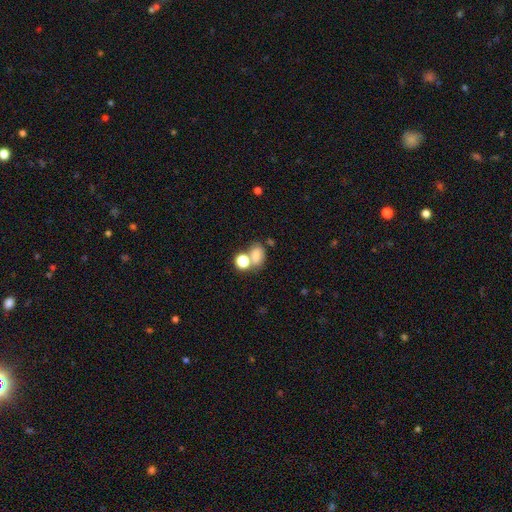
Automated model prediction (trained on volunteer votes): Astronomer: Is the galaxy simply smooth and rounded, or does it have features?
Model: smooth — 74%.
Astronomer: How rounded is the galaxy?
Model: in between — 63%.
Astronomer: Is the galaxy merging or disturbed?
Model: none — 42% (runner-up: merger, 40%).